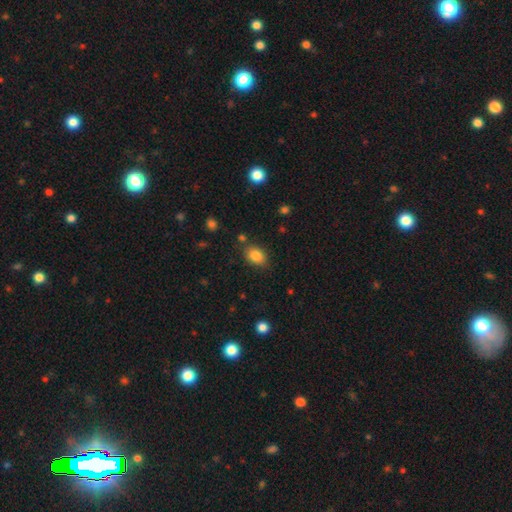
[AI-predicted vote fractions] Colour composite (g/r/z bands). It shows a smooth galaxy with no disk features (84%) that is in between round and cigar-shaped (74%). Merging: none (79%).